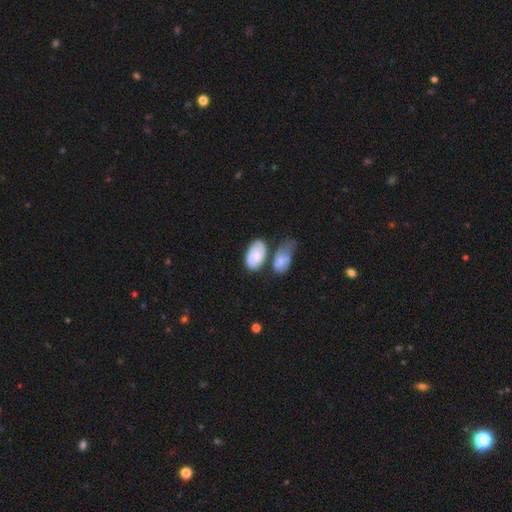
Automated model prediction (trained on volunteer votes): Smooth or featured? smooth (61%)
How rounded? in between (92%)
Merging? none (41%)